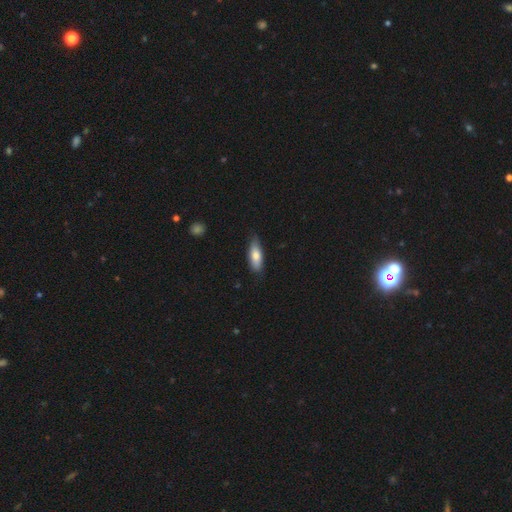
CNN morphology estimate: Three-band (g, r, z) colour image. It shows a smooth galaxy with no disk features (75%) that is in between round and cigar-shaped (61%). Merging: none (80%).